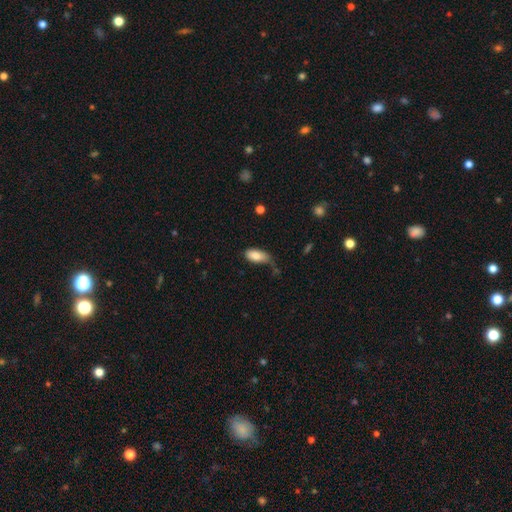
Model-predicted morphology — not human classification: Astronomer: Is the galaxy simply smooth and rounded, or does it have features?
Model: smooth — 83%.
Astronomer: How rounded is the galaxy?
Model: in between — 92%.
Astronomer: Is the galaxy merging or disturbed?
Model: none — 49% (runner-up: minor disturbance, 34%).